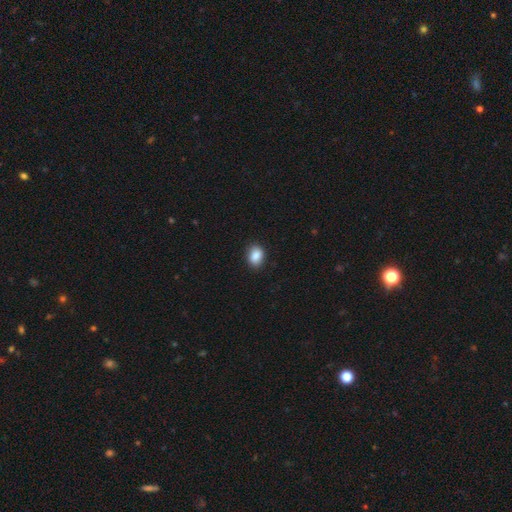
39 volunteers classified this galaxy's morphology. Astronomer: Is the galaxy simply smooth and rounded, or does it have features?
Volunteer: smooth — 95%.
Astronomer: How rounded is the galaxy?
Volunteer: in between — 76%.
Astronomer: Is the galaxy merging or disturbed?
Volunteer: none — 92%.